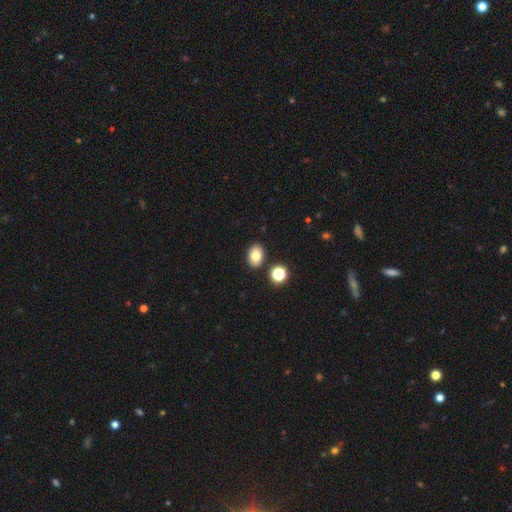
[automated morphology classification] type=smooth (80%); roundness=in between (79%); merging=none (86%).